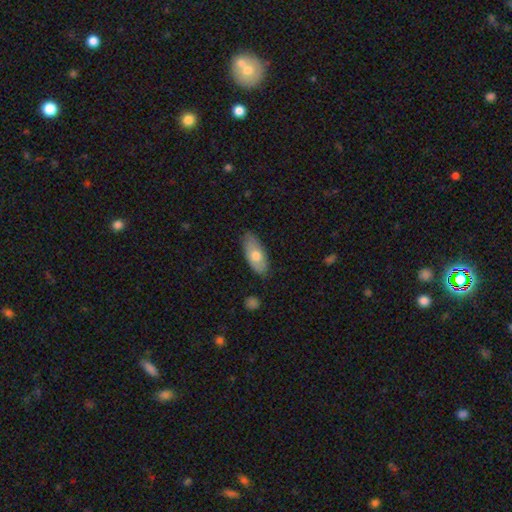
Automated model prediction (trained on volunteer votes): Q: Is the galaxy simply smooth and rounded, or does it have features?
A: smooth — 66%.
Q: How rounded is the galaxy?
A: in between — 87%.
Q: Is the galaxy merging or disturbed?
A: none — 78%.